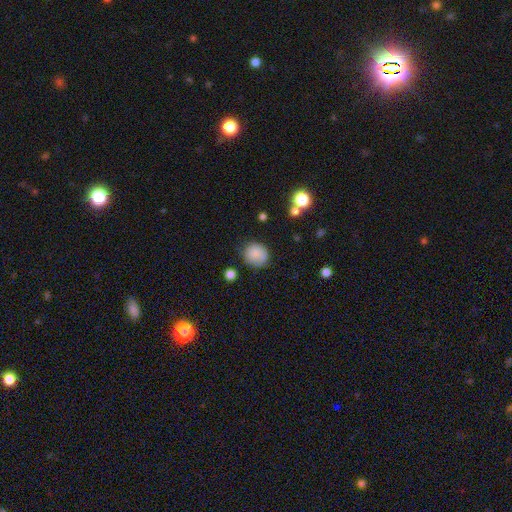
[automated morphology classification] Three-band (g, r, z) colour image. It shows a smooth galaxy with no disk features (86%) that is round (80%). Merging: none (73%).